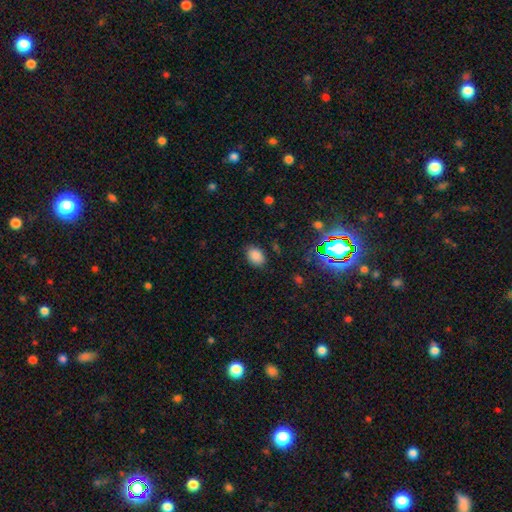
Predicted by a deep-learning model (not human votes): Morphology: type=smooth (84%); roundness=in between (80%); merging=none (84%).